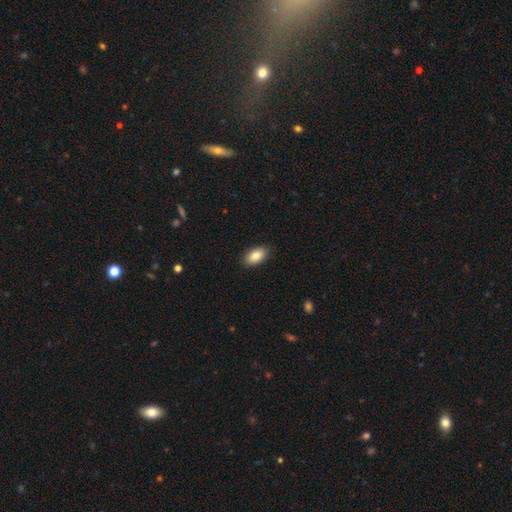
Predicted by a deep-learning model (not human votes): smooth 87%, star or artifact 7%, featured or disk 6%. Down the decision tree: how rounded — in between (93%); merging — none (87%).